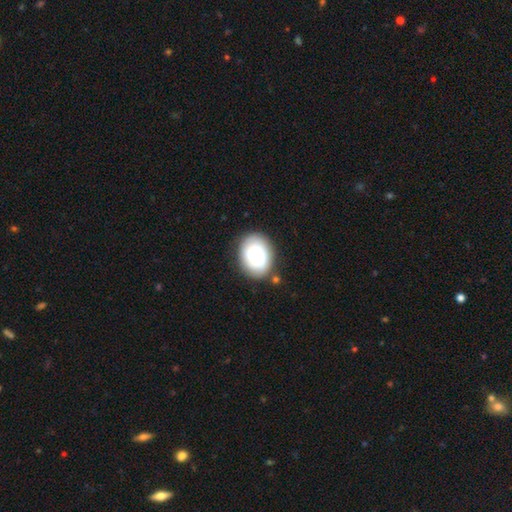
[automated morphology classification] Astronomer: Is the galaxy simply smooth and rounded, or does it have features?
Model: smooth — 69%.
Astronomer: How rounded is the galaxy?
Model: in between — 60% (runner-up: round, 39%).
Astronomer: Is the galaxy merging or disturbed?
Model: none — 80%.